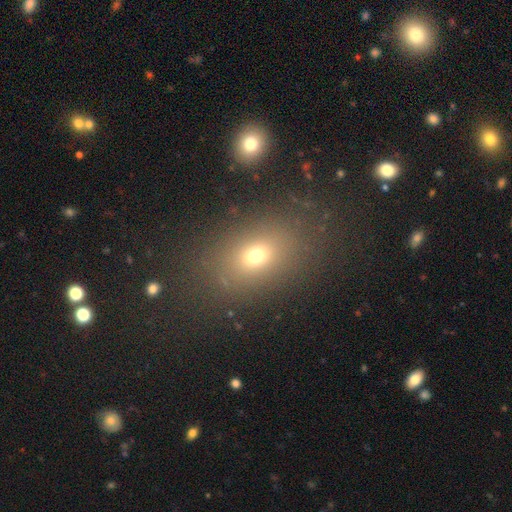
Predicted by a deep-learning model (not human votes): A smooth galaxy with no disk features (68%) that is in between round and cigar-shaped (72%). Merging: none (79%).